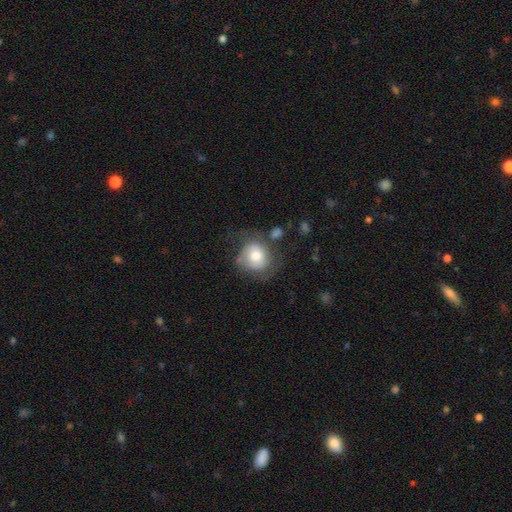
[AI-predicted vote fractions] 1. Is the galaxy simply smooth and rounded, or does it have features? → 65% smooth, 27% featured or disk, 8% star or artifact.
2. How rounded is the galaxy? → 74% round, 25% in between, 1% cigar-shaped.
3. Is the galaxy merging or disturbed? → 49% none, 27% minor disturbance, 18% major disturbance, 6% merger.